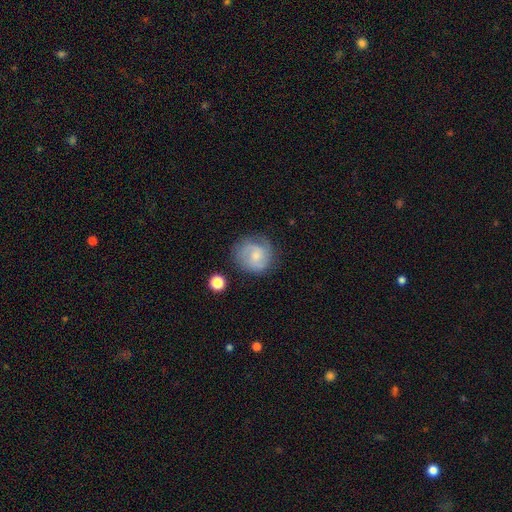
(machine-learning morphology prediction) Smooth or featured? Predicted: featured or disk (p=0.57). Edge-on disk? Predicted: no (p=0.98). Bar? Predicted: no (p=0.60). Spiral arms? Predicted: yes (p=0.88). Bulge size? Predicted: small (p=0.52). Merging? Predicted: none (p=0.70).